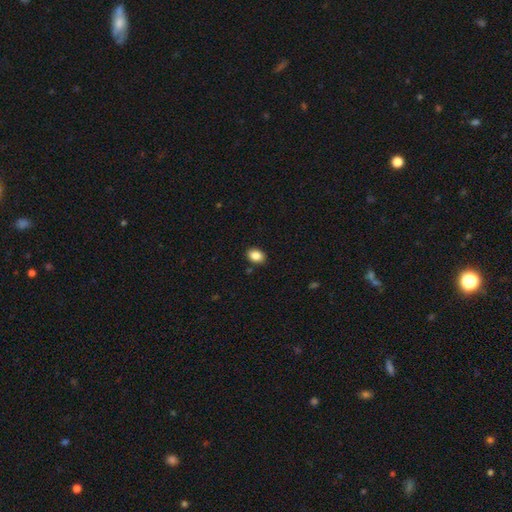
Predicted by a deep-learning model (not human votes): Smooth or featured?
  - smooth: 87% *
  - star or artifact: 8%
  - featured or disk: 4%
How rounded?
  - in between: 72% *
  - round: 27%
  - cigar-shaped: 1%
Merging?
  - none: 88% *
  - minor disturbance: 8%
  - major disturbance: 2%
  - merger: 2%